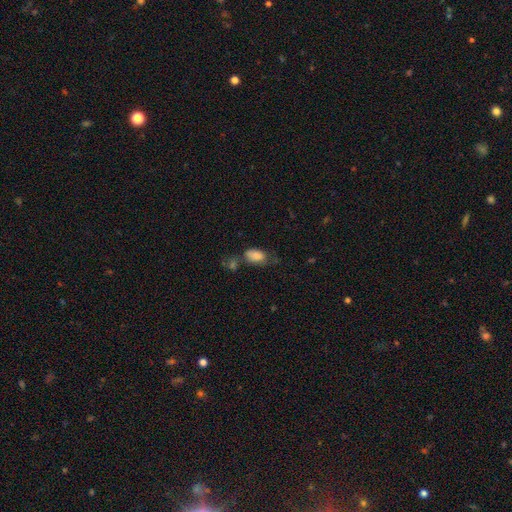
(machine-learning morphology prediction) This is clearly a smooth galaxy (84%). How rounded: clearly in between (91%). Merging: marginally none (41%).